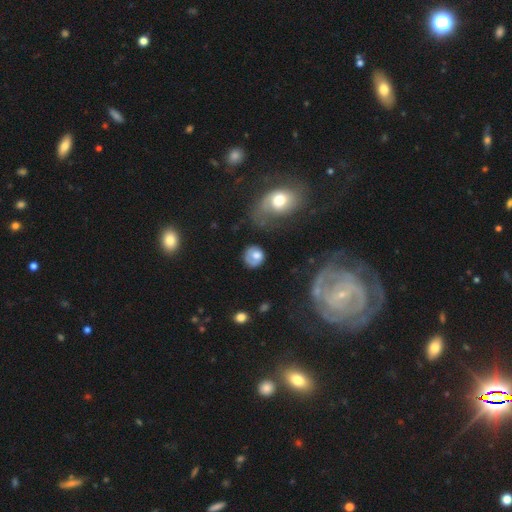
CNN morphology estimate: Smooth or featured?
  - smooth: 61% *
  - featured or disk: 30%
  - star or artifact: 8%
How rounded?
  - round: 77% *
  - in between: 22%
  - cigar-shaped: 1%
Merging?
  - none: 53% *
  - minor disturbance: 23%
  - major disturbance: 17%
  - merger: 7%